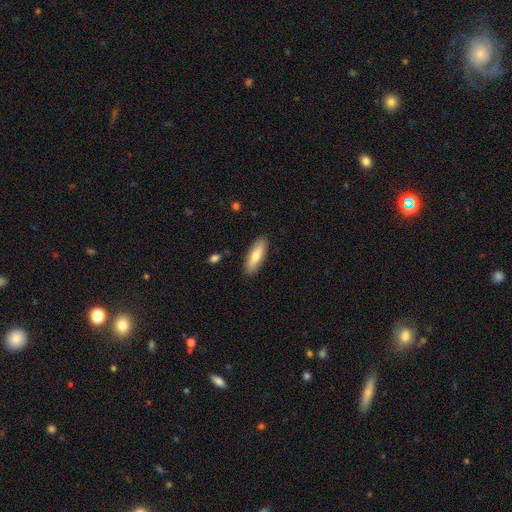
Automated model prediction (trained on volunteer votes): A smooth galaxy with no disk features (69%) that is in between round and cigar-shaped (53%).

Vote fractions:
- Smooth or featured? smooth: 69% / featured or disk: 25% / star or artifact: 6%
- How rounded? in between: 53% / cigar-shaped: 45% / round: 2%
- Merging? none: 88% / minor disturbance: 9% / major disturbance: 2% / merger: 1%